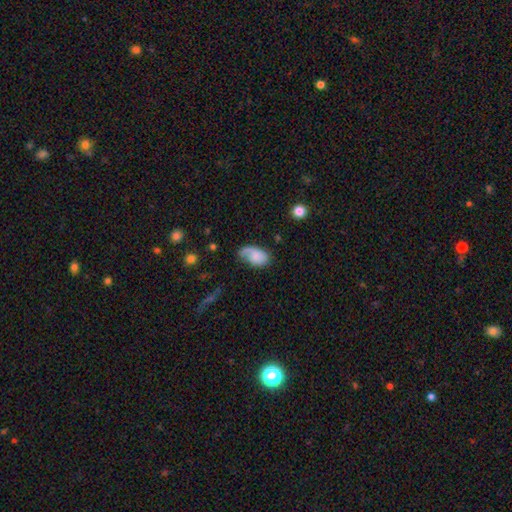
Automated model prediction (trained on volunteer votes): Smooth or featured? Predicted: smooth (p=0.58). How rounded? Predicted: in between (p=0.89). Merging? Predicted: none (p=0.45).